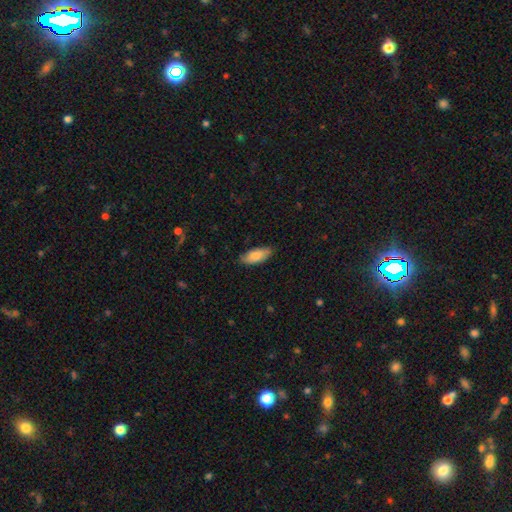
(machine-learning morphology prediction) smooth_or_featured: smooth (p=0.83) [alt: featured or disk p=0.12]
how_rounded: in between (p=0.83) [alt: cigar-shaped p=0.15]
merging: none (p=0.81) [alt: minor disturbance p=0.16]